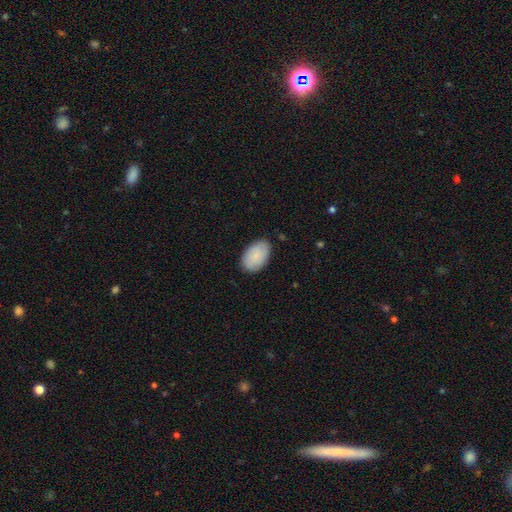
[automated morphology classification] Q: Smooth or featured?
A: smooth (86%); runner-up: featured or disk (8%)
Q: How rounded?
A: in between (92%); runner-up: round (6%)
Q: Merging?
A: none (83%); runner-up: minor disturbance (13%)